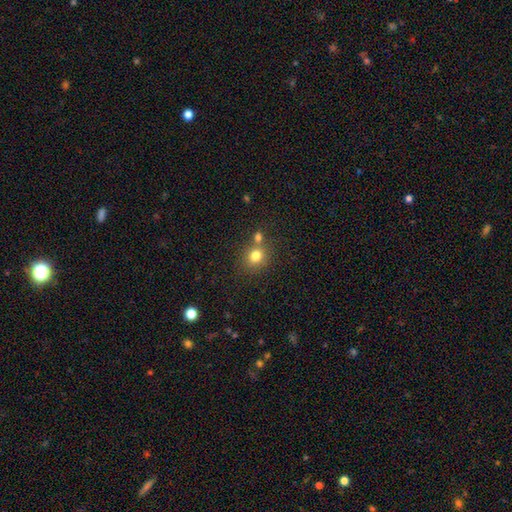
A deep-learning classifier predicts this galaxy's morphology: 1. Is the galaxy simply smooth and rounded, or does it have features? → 79% smooth, 13% star or artifact, 9% featured or disk.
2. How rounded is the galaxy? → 77% round, 22% in between, 1% cigar-shaped.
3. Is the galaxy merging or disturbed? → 60% none, 27% merger, 10% minor disturbance, 3% major disturbance.